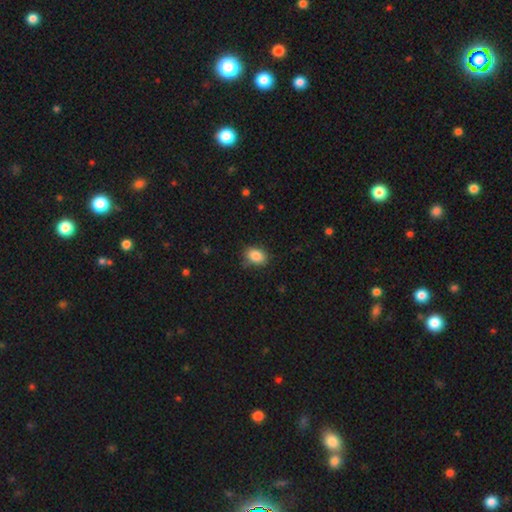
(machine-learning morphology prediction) This is clearly a smooth galaxy (86%). How rounded: likely in between (75%). Merging: likely none (80%).